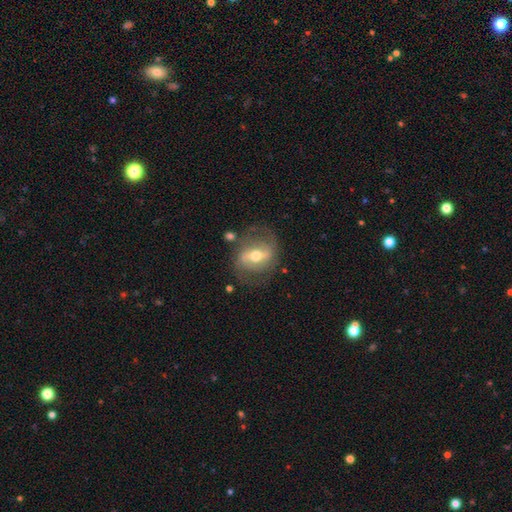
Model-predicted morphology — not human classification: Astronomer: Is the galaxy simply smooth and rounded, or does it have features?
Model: featured or disk — 75%.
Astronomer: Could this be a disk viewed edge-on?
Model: no — 93%.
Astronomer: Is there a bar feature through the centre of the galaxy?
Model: strong — 48% (runner-up: weak, 36%).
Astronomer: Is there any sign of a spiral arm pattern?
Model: yes — 79%.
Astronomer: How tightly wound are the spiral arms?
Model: medium — 44% (runner-up: loose, 34%).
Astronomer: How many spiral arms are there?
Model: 2 — 82%.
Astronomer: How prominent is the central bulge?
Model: moderate — 68%.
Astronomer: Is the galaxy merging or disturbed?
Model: none — 70%.